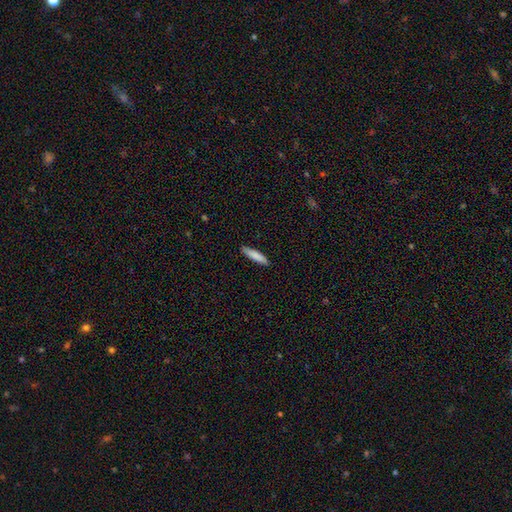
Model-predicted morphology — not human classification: Smooth or featured? smooth (84%)
How rounded? cigar-shaped (84%)
Merging? none (88%)